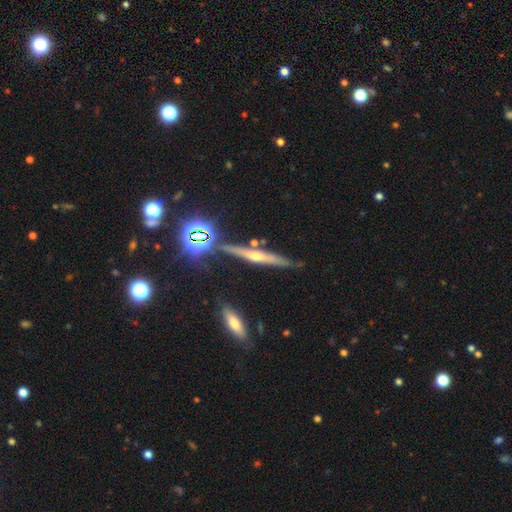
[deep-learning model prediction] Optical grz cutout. It shows a featured or disk galaxy (62%) viewed edge-on (96%) with a rounded central bulge (80%). Merging: none (83%).